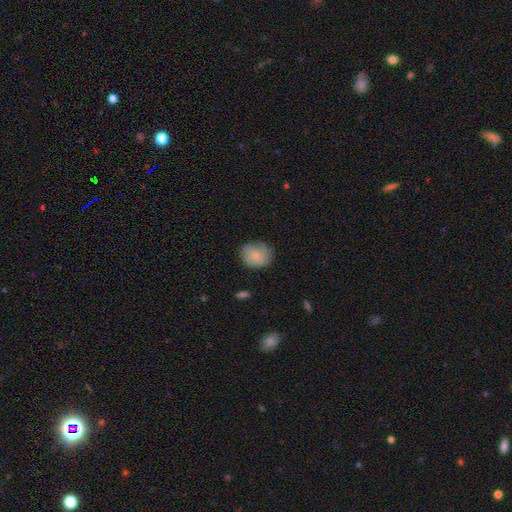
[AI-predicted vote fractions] smooth-or-featured: smooth: 80% | featured or disk: 13% | star or artifact: 7%
  how-rounded: round: 66% | in between: 33% | cigar-shaped: 1%
  merging: none: 78% | minor disturbance: 17% | major disturbance: 4% | merger: 1%